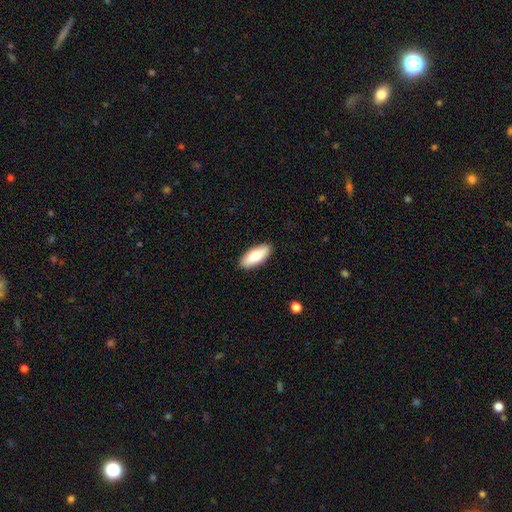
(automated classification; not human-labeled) smooth-or-featured: smooth: 78% | featured or disk: 16% | star or artifact: 6%
  how-rounded: in between: 80% | cigar-shaped: 18% | round: 2%
  merging: none: 89% | minor disturbance: 9% | major disturbance: 2% | merger: 1%